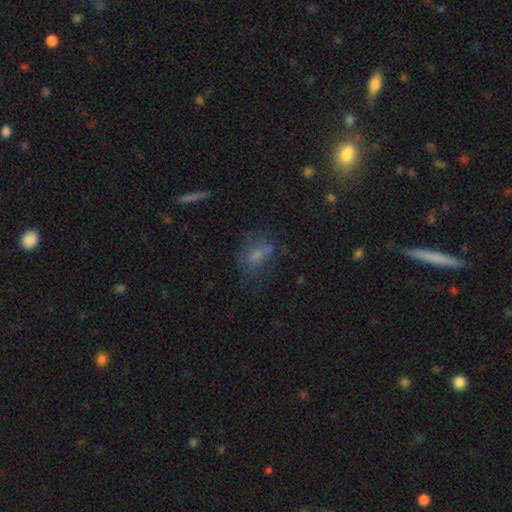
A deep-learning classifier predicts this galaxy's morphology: Smooth or featured: smooth — 52% (featured or disk — 28%)
How rounded: in between — 72% (round — 16%)
Merging: none — 54% (minor disturbance — 22%)